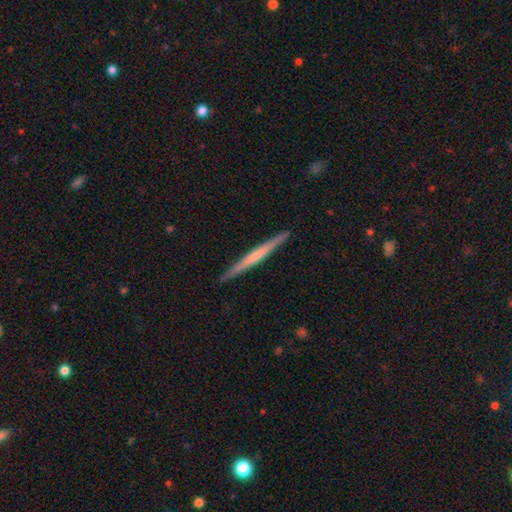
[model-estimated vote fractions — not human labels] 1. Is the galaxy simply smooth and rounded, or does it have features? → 53% featured or disk, 42% smooth, 5% star or artifact.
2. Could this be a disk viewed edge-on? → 98% yes, 2% no.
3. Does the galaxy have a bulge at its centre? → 74% none, 17% rounded, 9% boxy.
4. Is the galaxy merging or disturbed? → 92% none, 6% minor disturbance, 1% major disturbance, 1% merger.